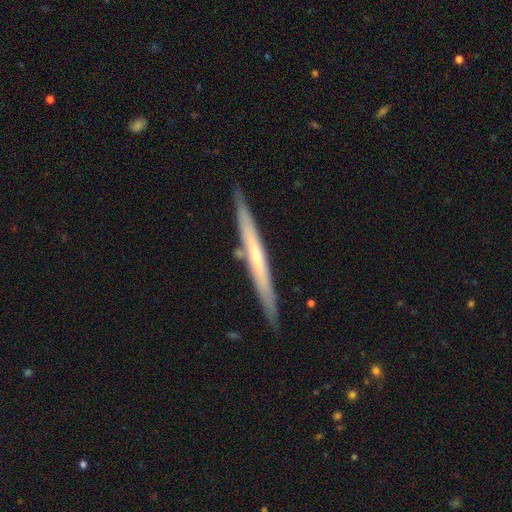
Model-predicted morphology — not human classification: Smooth or featured: featured or disk — 60% (smooth — 34%)
Edge-on disk: yes — 95% (no — 5%)
Edge-on bulge: none — 67% (rounded — 28%)
Merging: none — 87% (minor disturbance — 8%)